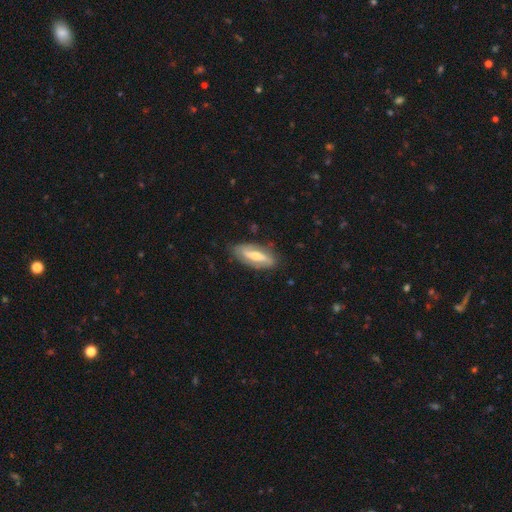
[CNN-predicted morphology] This appears to be a featured or disk galaxy (65%). Merging: none (81%).